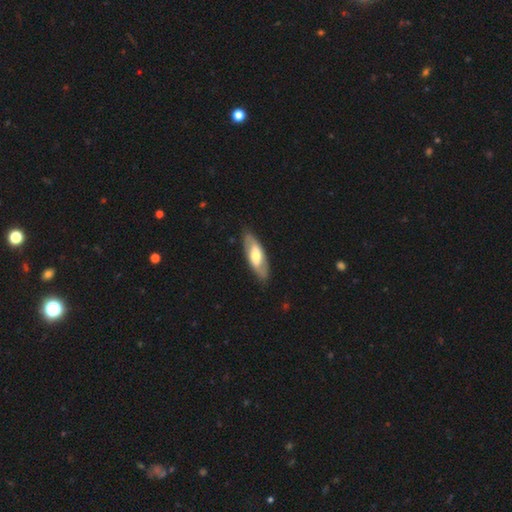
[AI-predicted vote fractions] This appears to be a featured or disk galaxy (51%). Merging: none (84%).